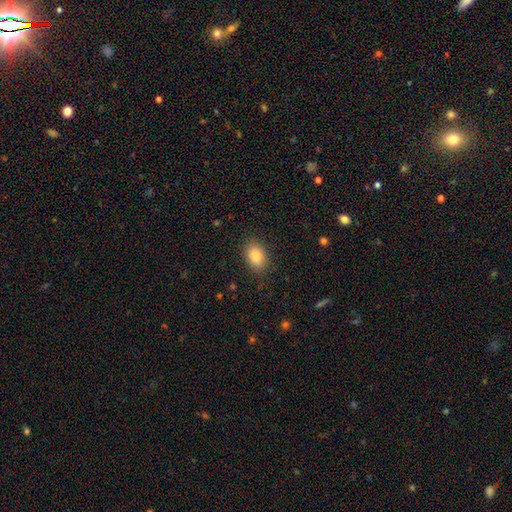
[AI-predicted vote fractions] The model was most divided on "how rounded": in between: 86%, round: 12%, cigar-shaped: 1%. More confident: smooth or featured — smooth (86%); merging — none (86%).